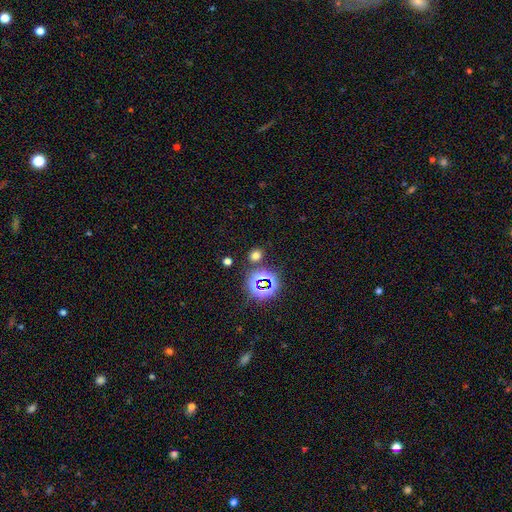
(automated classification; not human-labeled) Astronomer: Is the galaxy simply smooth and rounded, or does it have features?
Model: smooth — 62%.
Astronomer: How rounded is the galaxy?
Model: round — 69%.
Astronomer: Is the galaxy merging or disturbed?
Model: none — 81%.